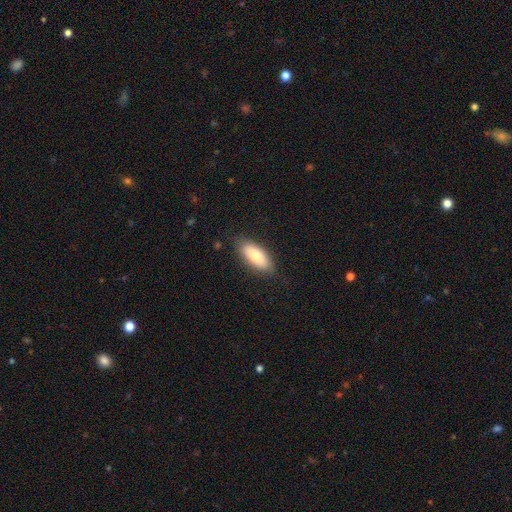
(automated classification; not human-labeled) Morphology: type=smooth (78%); roundness=in between (85%); merging=none (82%).